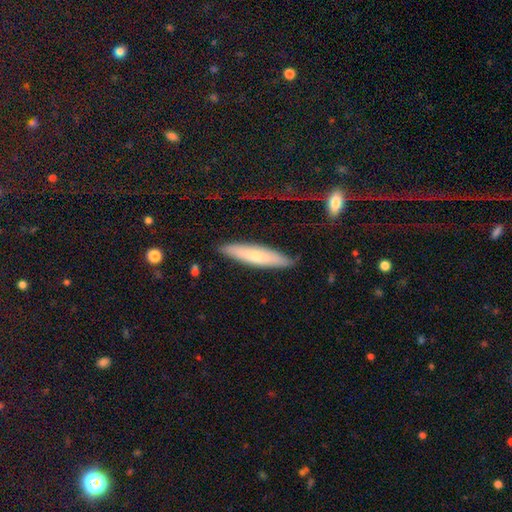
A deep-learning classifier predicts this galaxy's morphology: Overall: smooth (63%; featured or disk 31%). How rounded: cigar-shaped (82%). Merging: none (81%).